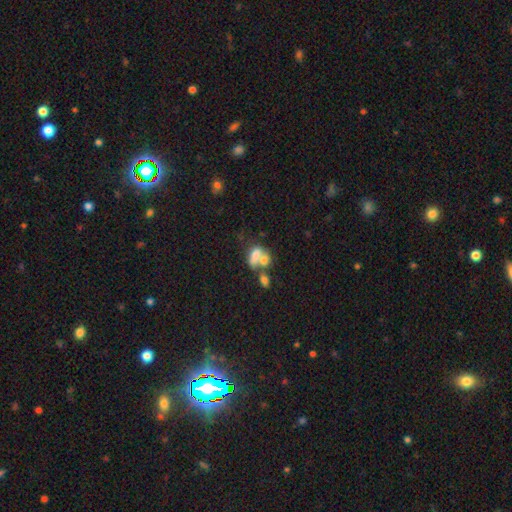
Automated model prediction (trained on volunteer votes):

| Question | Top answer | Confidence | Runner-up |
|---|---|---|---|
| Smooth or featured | smooth | 65% | featured or disk (24%) |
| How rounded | in between | 79% | round (17%) |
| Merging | merger | 63% | none (19%) |